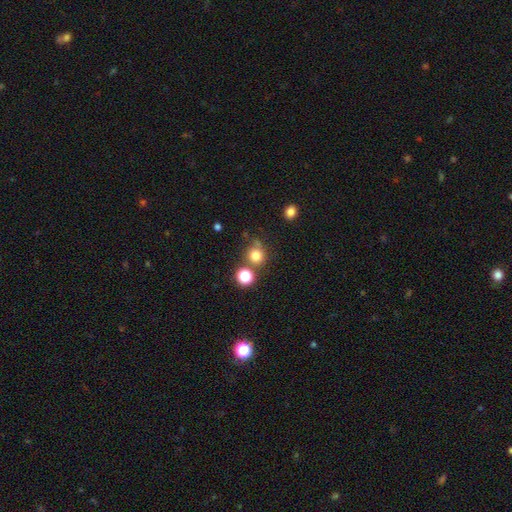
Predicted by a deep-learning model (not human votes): This appears to be a smooth galaxy with no disk features (78%) that is round (88%). Merging: none (67%).